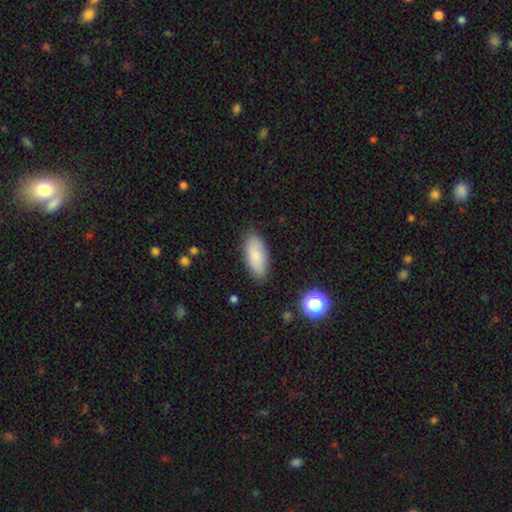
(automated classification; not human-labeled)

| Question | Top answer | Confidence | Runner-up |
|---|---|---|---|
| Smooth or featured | smooth | 80% | featured or disk (13%) |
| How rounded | in between | 88% | cigar-shaped (9%) |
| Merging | none | 85% | minor disturbance (11%) |